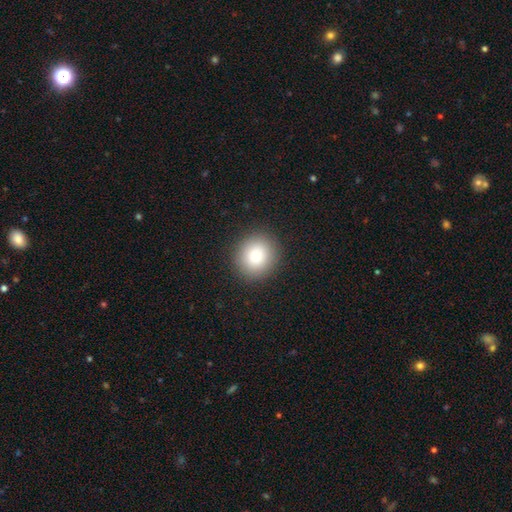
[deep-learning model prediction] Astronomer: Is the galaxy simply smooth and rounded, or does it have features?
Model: smooth — 78%.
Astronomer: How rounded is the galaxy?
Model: round — 89%.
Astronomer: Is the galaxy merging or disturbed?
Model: none — 91%.